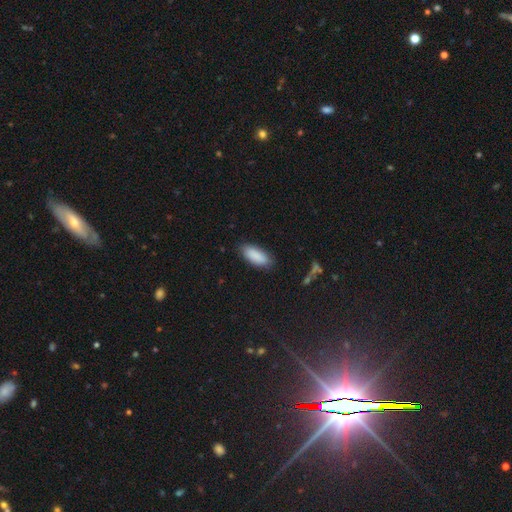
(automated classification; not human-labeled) Morphology: type=smooth (89%); roundness=in between (82%); merging=none (83%).